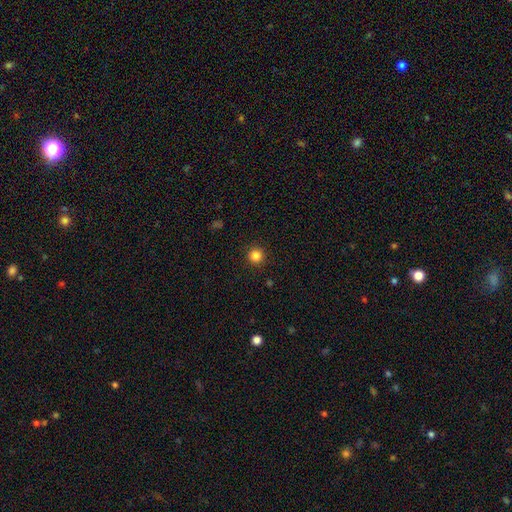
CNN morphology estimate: Smooth or featured? smooth (85%)
How rounded? round (95%)
Merging? none (91%)